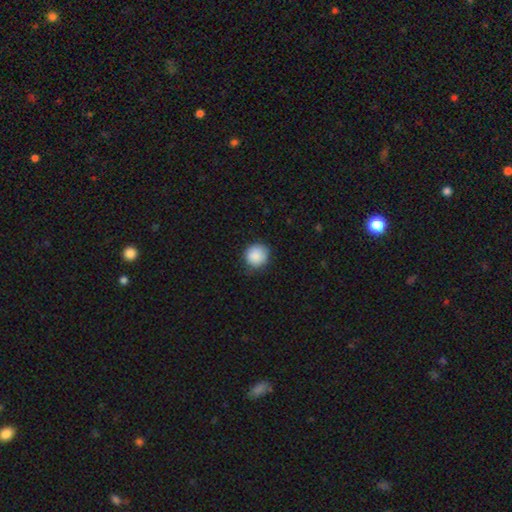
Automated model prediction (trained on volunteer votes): Morphology: type=smooth (88%); roundness=round (92%); merging=none (81%).